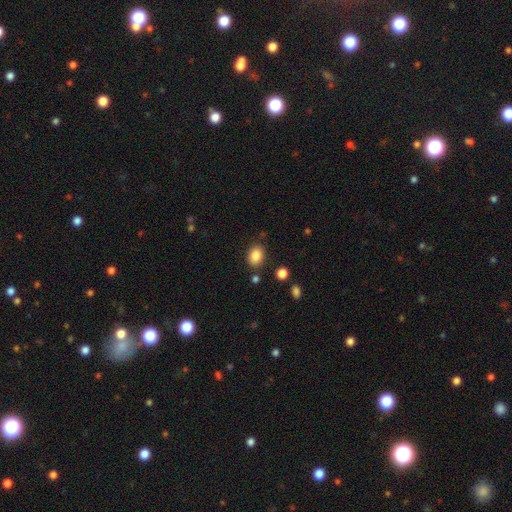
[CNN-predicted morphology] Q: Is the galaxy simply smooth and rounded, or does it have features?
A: smooth — 86%.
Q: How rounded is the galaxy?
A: in between — 70%.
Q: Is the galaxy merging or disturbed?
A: none — 82%.